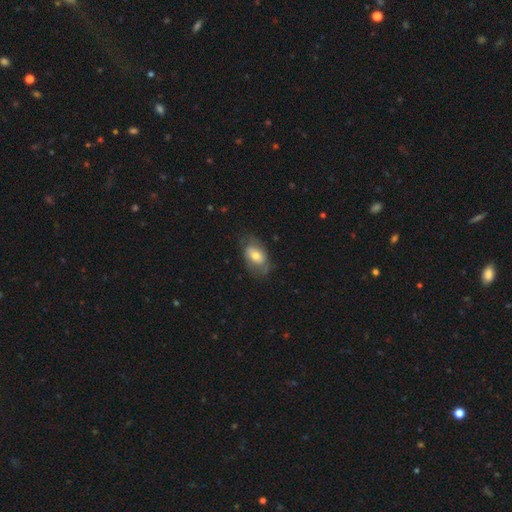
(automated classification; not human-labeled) smooth 53%, featured or disk 40%, star or artifact 7%. Down the decision tree: how rounded — in between (86%); merging — none (60%).